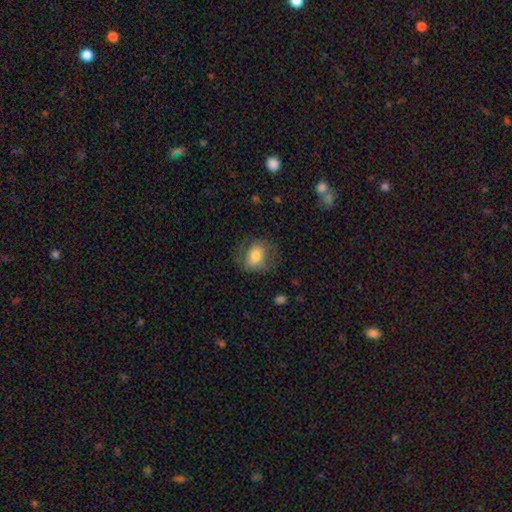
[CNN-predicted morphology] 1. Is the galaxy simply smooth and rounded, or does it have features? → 63% smooth, 30% featured or disk, 8% star or artifact.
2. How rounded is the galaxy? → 57% in between, 42% round, 1% cigar-shaped.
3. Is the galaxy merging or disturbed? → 62% none, 21% minor disturbance, 15% major disturbance, 1% merger.